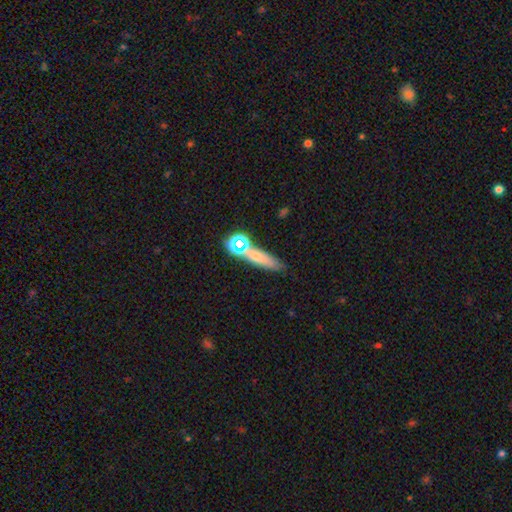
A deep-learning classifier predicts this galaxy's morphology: A smooth galaxy with no disk features (57%) that is cigar-shaped (66%).

Vote fractions:
- Smooth or featured? smooth: 57% / featured or disk: 27% / star or artifact: 16%
- How rounded? cigar-shaped: 66% / in between: 21% / round: 13%
- Merging? none: 58% / merger: 22% / minor disturbance: 13% / major disturbance: 7%